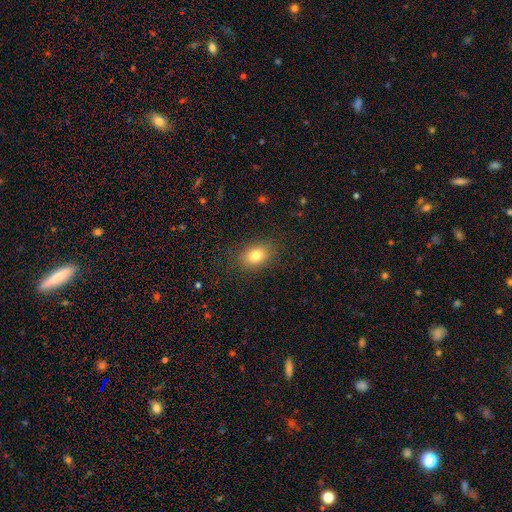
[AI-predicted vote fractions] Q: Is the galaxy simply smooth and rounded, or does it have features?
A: smooth — 80%.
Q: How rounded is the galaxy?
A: in between — 71%.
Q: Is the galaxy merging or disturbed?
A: none — 85%.